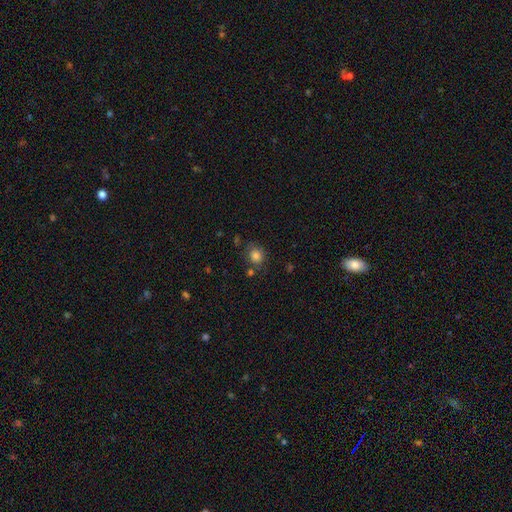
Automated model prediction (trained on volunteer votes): The model was most divided on "how rounded": round: 78%, in between: 21%, cigar-shaped: 1%. More confident: smooth or featured — smooth (83%); merging — none (73%).